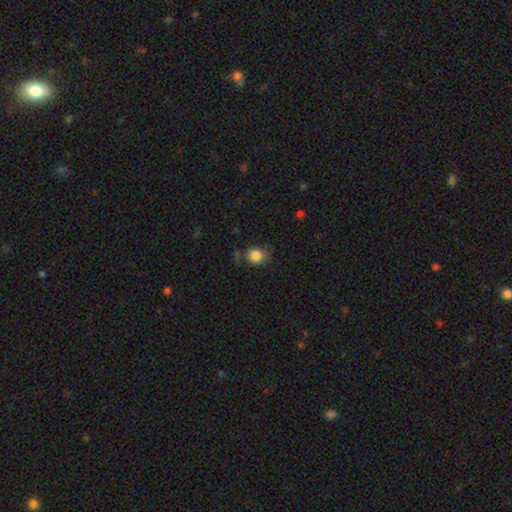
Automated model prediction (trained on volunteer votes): Smooth or featured? smooth (84%)
How rounded? round (71%)
Merging? none (62%)